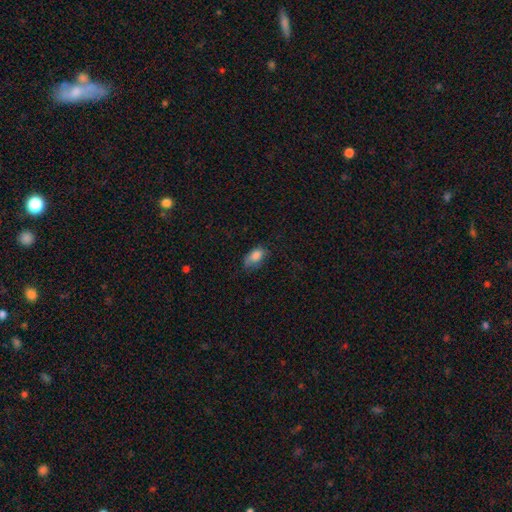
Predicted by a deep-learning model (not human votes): A smooth galaxy with no disk features (83%) that is in between round and cigar-shaped (90%). Merging: none (55%).